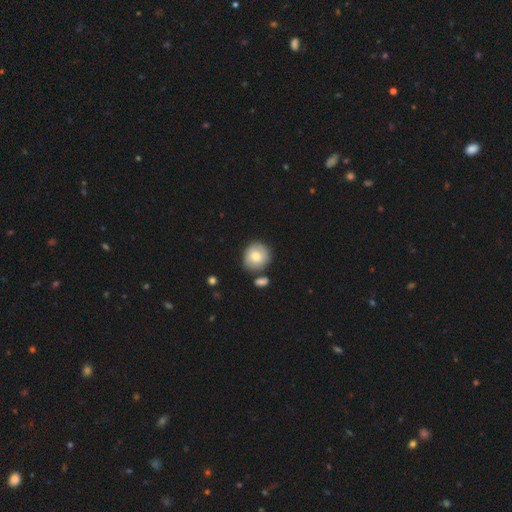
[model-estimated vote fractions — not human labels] Smooth or featured: smooth — 73% (featured or disk — 20%)
How rounded: round — 86% (in between — 13%)
Merging: none — 67% (minor disturbance — 17%)